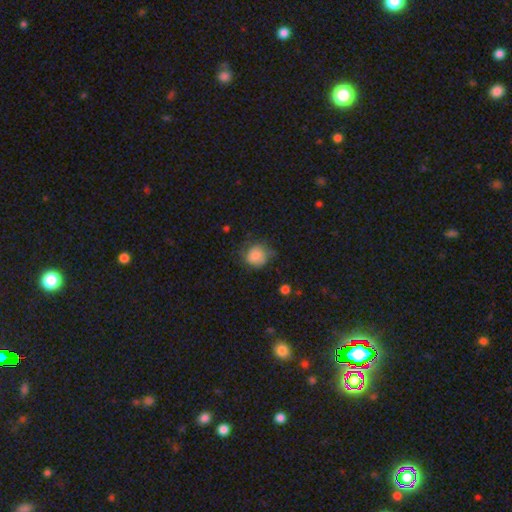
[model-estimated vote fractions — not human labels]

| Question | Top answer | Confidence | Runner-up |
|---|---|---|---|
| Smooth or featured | smooth | 79% | featured or disk (13%) |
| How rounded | round | 79% | in between (20%) |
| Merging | none | 56% | minor disturbance (30%) |